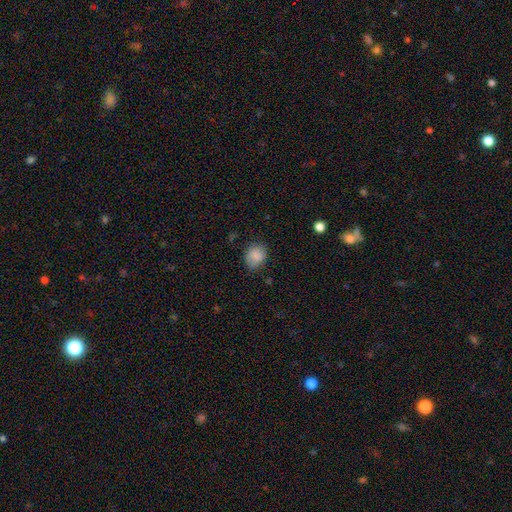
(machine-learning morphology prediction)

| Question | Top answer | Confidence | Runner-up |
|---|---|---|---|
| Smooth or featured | smooth | 85% | star or artifact (8%) |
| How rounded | round | 53% | in between (46%) |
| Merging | none | 74% | minor disturbance (20%) |